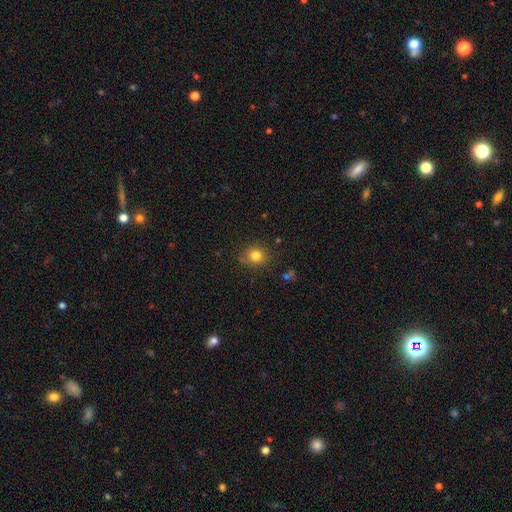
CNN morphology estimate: The model was most divided on "how rounded": round: 72%, in between: 27%, cigar-shaped: 1%. More confident: smooth or featured — smooth (81%); merging — none (79%).